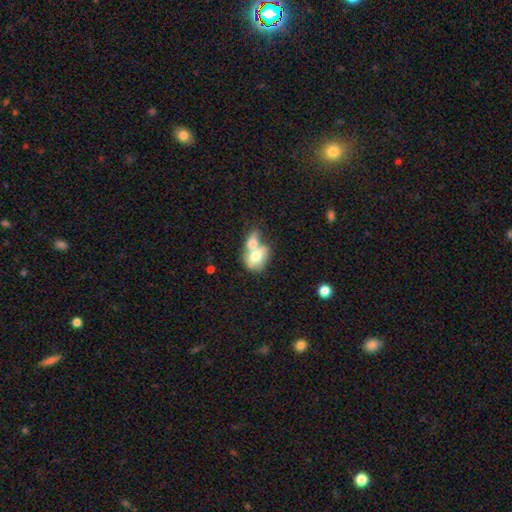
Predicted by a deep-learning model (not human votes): smooth 66%, featured or disk 27%, star or artifact 7%. Down the decision tree: how rounded — in between (69%); merging — merger (71%).